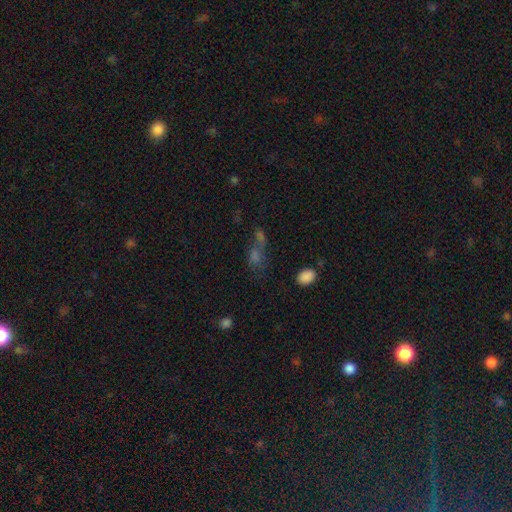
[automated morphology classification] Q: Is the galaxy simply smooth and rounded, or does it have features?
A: smooth — 51%.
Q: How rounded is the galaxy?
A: in between — 61%.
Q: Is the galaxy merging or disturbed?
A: merger — 40%.